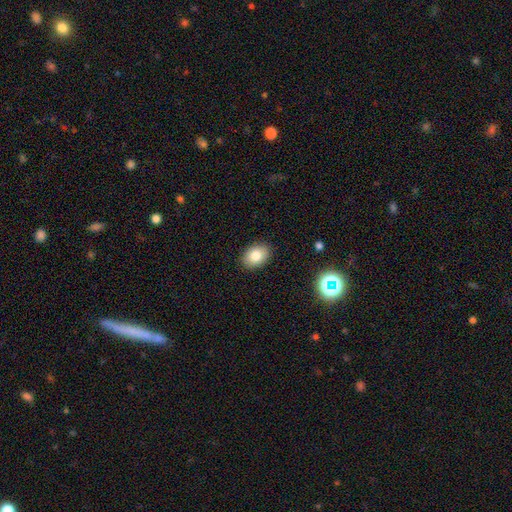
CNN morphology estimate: This is clearly a smooth galaxy (81%). How rounded: likely in between (80%). Merging: clearly none (88%).